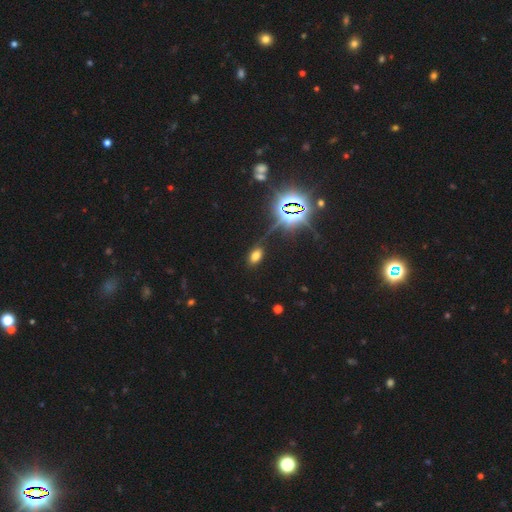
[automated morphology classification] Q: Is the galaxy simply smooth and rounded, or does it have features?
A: smooth — 60%.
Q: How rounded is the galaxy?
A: in between — 88%.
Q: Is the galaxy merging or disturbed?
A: none — 77%.